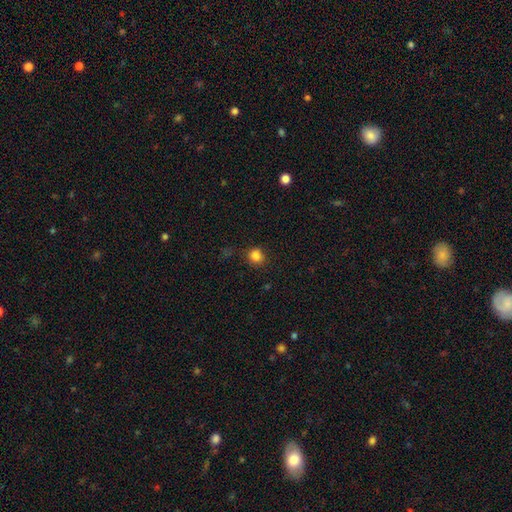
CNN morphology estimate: smooth-or-featured: smooth: 83% | star or artifact: 13% | featured or disk: 4%
  how-rounded: round: 80% | in between: 19% | cigar-shaped: 1%
  merging: none: 81% | minor disturbance: 13% | major disturbance: 4% | merger: 2%